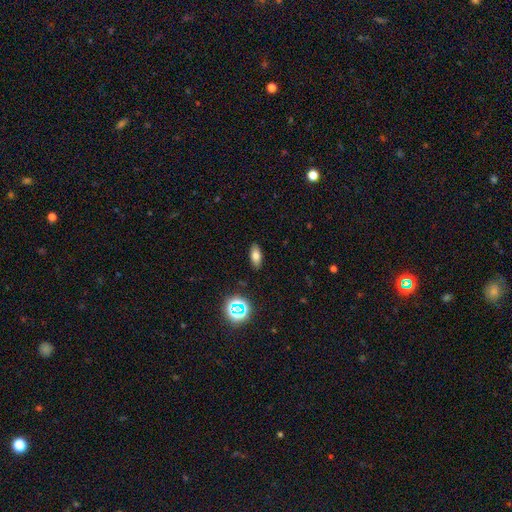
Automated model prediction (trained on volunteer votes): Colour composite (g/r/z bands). It shows a smooth galaxy with no disk features (75%) that is in between round and cigar-shaped (84%). Merging: none (88%).